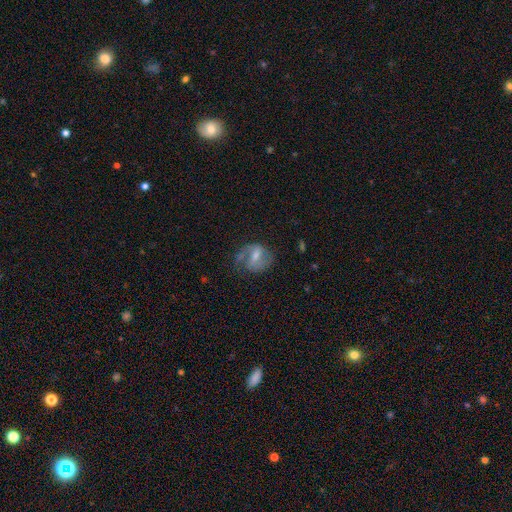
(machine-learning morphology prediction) The model was most divided on "bulge size": moderate: 45%, small: 38%, none: 10%, large: 6%, dominant: 1%. Remaining: edge-on disk — no (97%); spiral arms — yes (88%); spiral arm count — 2 (76%); smooth or featured — featured or disk (71%); merging — none (59%); spiral winding — medium (50%); bar — weak (49%).